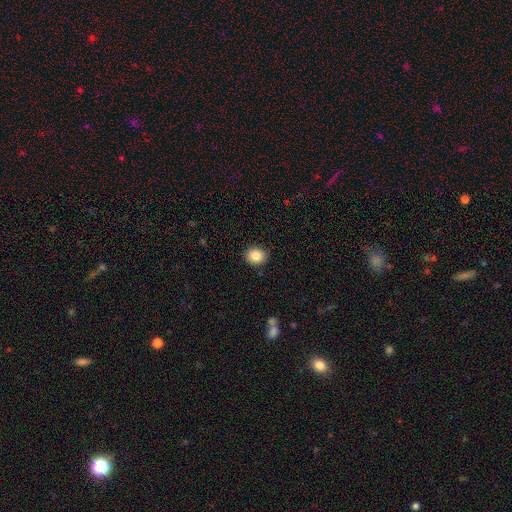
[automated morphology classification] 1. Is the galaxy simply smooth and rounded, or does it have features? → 86% smooth, 9% star or artifact, 5% featured or disk.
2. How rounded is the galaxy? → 73% round, 26% in between, 1% cigar-shaped.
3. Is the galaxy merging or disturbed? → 91% none, 6% minor disturbance, 2% major disturbance, 1% merger.